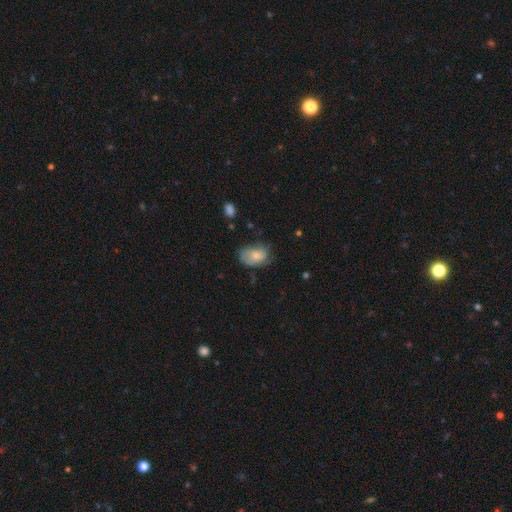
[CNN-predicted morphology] The model was most divided on "merging": none: 52%, minor disturbance: 34%, major disturbance: 12%, merger: 2%. More confident: how rounded — in between (84%); smooth or featured — smooth (69%).